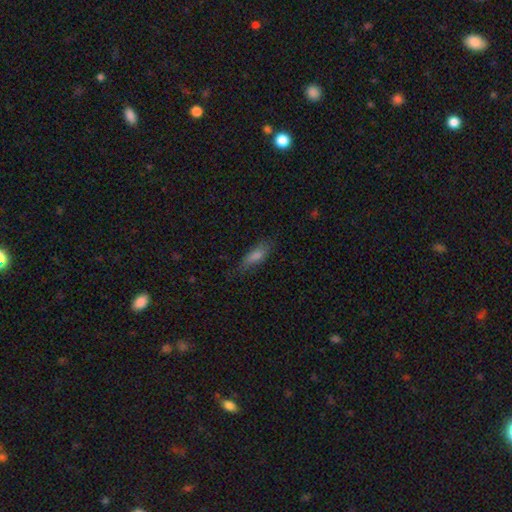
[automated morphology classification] smooth-or-featured: smooth: 72% | featured or disk: 18% | star or artifact: 10%
  how-rounded: in between: 49% | cigar-shaped: 48% | round: 2%
  merging: none: 72% | minor disturbance: 21% | major disturbance: 6% | merger: 1%